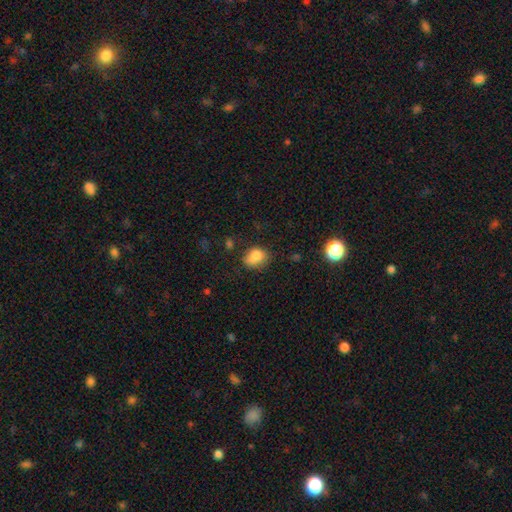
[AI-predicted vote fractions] Q: Smooth or featured?
A: smooth (79%); runner-up: star or artifact (11%)
Q: How rounded?
A: in between (62%); runner-up: round (37%)
Q: Merging?
A: none (51%); runner-up: minor disturbance (28%)